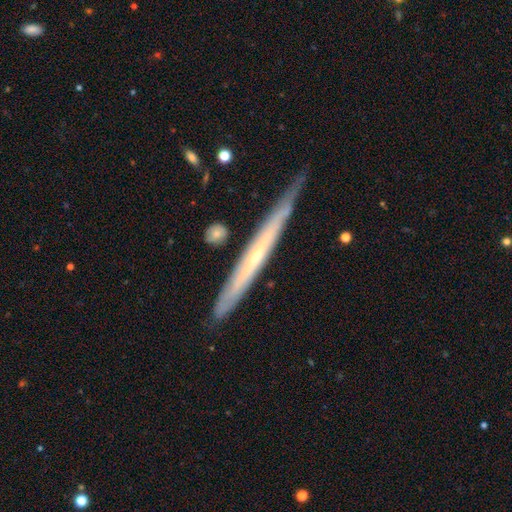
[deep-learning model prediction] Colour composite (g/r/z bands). It shows a featured or disk galaxy (68%) viewed edge-on (92%) with no central bulge (71%). Merging: none (79%).